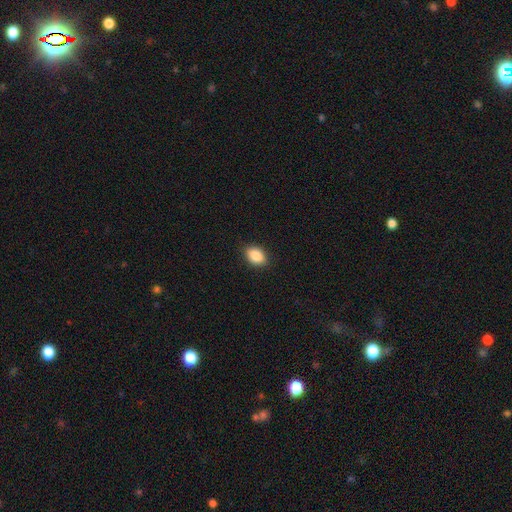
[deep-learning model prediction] A smooth galaxy with no disk features (88%) that is in between round and cigar-shaped (82%).

Vote fractions:
- Smooth or featured? smooth: 88% / star or artifact: 8% / featured or disk: 5%
- How rounded? in between: 82% / round: 16% / cigar-shaped: 2%
- Merging? none: 87% / minor disturbance: 10% / major disturbance: 2% / merger: 1%